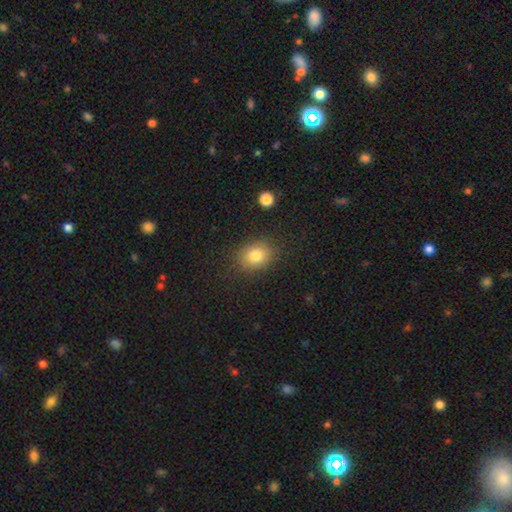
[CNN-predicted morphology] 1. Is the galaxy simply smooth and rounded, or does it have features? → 80% smooth, 12% star or artifact, 8% featured or disk.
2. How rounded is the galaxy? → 52% round, 47% in between, 1% cigar-shaped.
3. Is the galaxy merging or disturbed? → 84% none, 10% minor disturbance, 4% major disturbance, 2% merger.